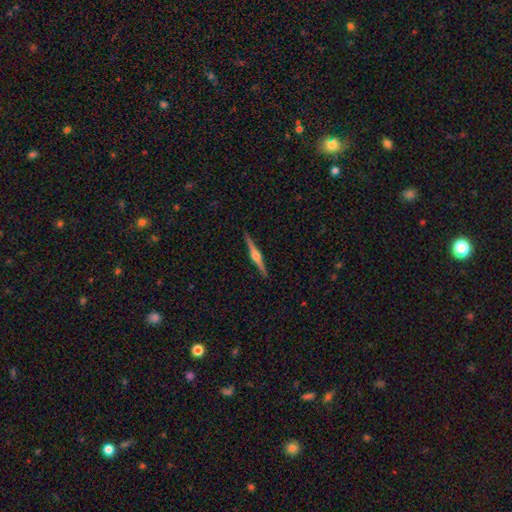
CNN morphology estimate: Q: Smooth or featured?
A: featured or disk (83%); runner-up: smooth (12%)
Q: Edge-on disk?
A: yes (99%); runner-up: no (1%)
Q: Edge-on bulge?
A: rounded (91%); runner-up: boxy (6%)
Q: Merging?
A: none (92%); runner-up: minor disturbance (6%)